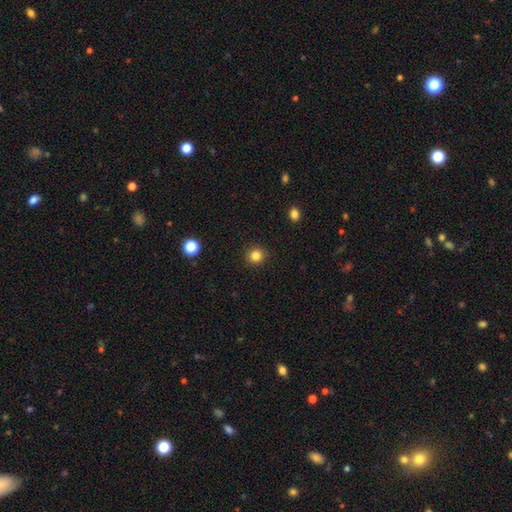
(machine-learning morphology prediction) Overall: smooth (84%). How rounded: round (91%). Merging: none (92%).